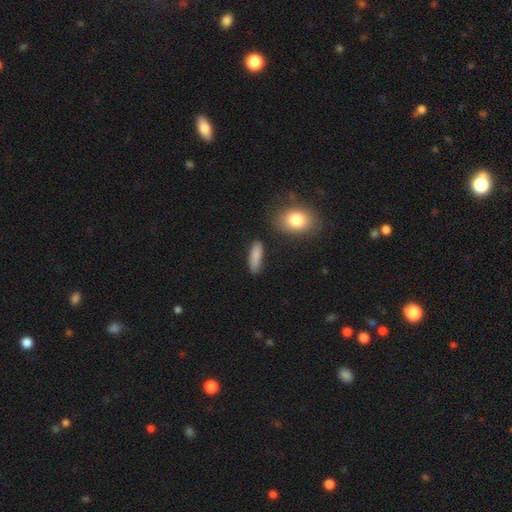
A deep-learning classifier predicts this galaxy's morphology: Overall: smooth (85%). How rounded: cigar-shaped (54%; in between 43%). Merging: none (82%).